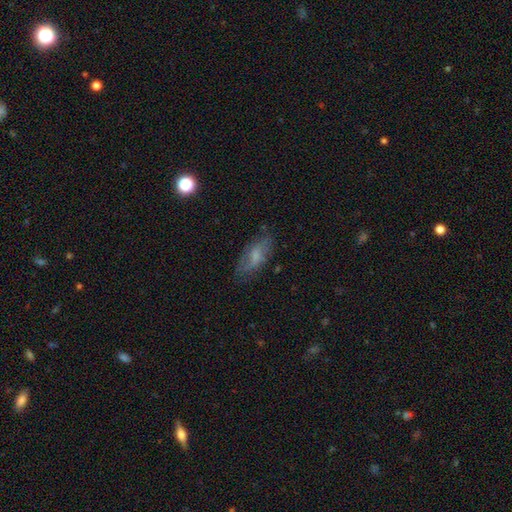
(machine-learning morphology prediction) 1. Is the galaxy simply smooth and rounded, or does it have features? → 57% smooth, 34% featured or disk, 9% star or artifact.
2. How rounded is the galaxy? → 79% in between, 18% cigar-shaped, 3% round.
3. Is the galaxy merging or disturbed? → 70% none, 20% minor disturbance, 8% major disturbance, 2% merger.